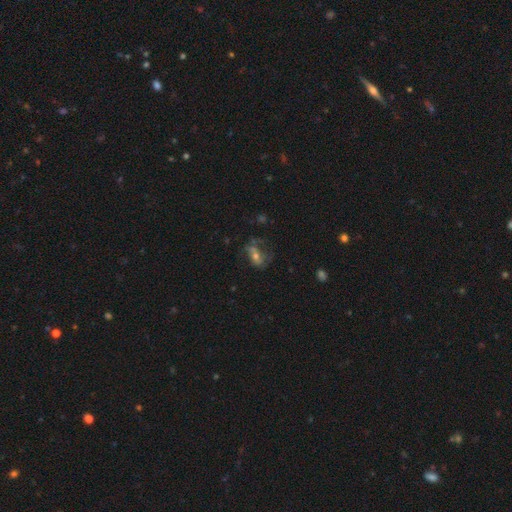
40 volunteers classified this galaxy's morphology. This is clearly a featured or disk galaxy (80%). It is clearly not viewed edge-on (97%). Bar: marginally no (42%). Spiral arm pattern: likely yes (68%). Spiral arm count: possibly 2 (57%). Spiral winding: marginally medium (43%). Central bulge: likely moderate (61%). Merging: marginally none (39%).